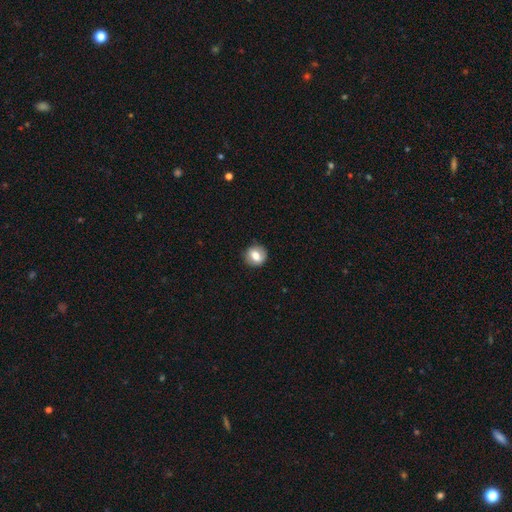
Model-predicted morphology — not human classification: This appears to be a smooth galaxy with no disk features (69%) that is round (80%). Merging: none (86%).